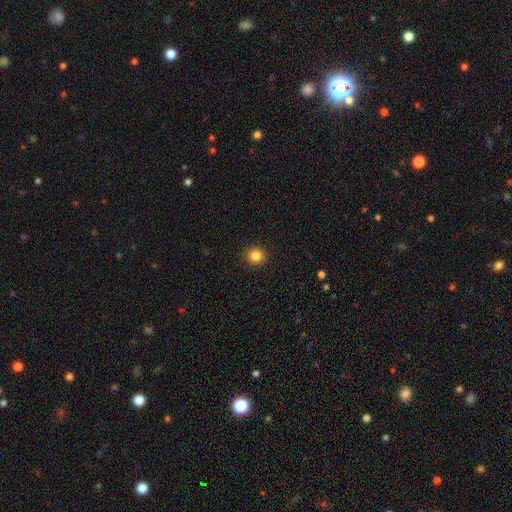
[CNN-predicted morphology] A smooth galaxy with no disk features (84%) that is round (93%). Merging: none (93%).